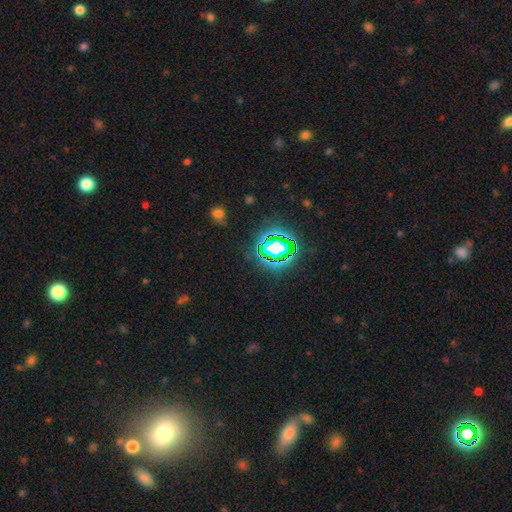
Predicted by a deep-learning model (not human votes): This is likely a star or artifact rather than a galaxy (73%).